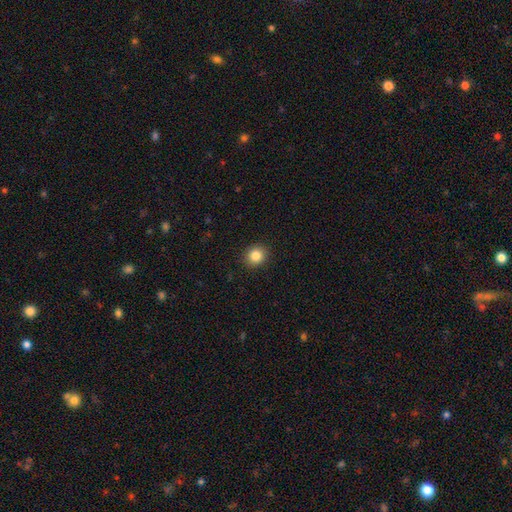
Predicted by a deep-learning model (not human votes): smooth-or-featured: smooth: 84% | star or artifact: 11% | featured or disk: 5%
  how-rounded: round: 83% | in between: 16% | cigar-shaped: 1%
  merging: none: 91% | minor disturbance: 6% | major disturbance: 2% | merger: 1%